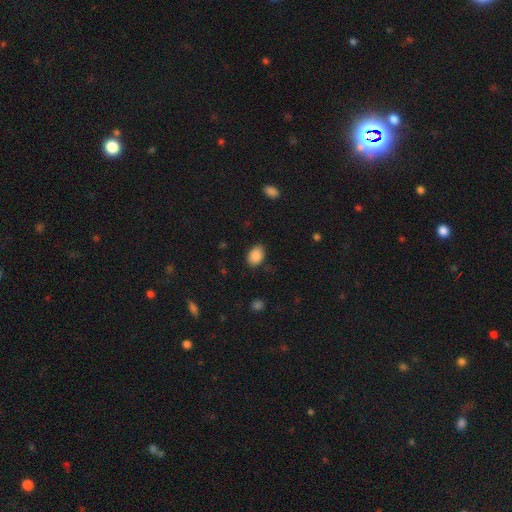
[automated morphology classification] Smooth or featured? smooth (88%)
How rounded? in between (80%)
Merging? none (79%)